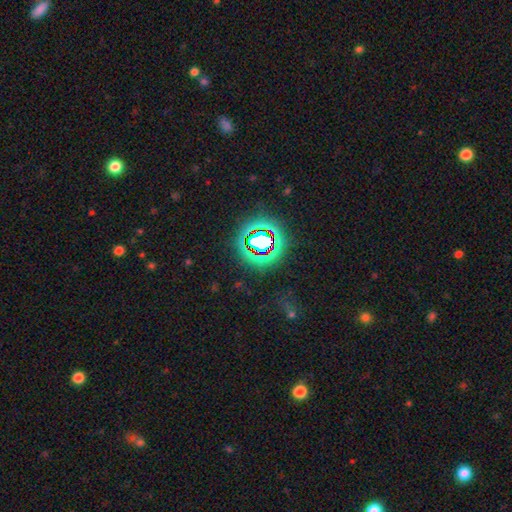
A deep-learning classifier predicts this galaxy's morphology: This is likely a star or artifact rather than a galaxy (77%).